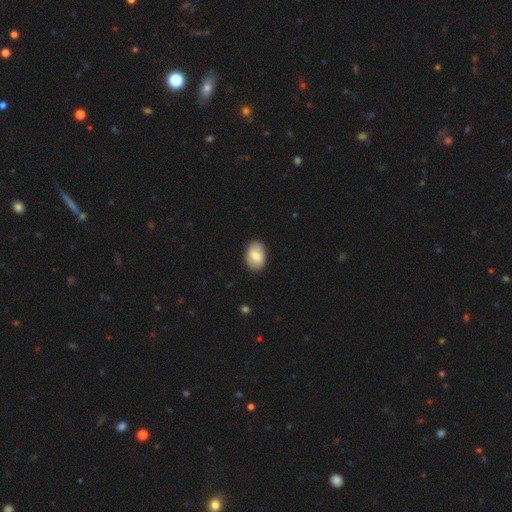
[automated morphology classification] smooth-or-featured: smooth: 74% | featured or disk: 20% | star or artifact: 6%
  how-rounded: in between: 85% | round: 14% | cigar-shaped: 1%
  merging: none: 85% | minor disturbance: 11% | major disturbance: 3% | merger: 1%